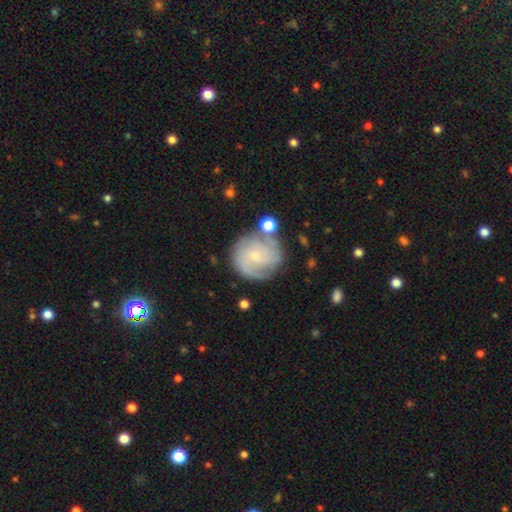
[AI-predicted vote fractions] A featured or disk galaxy (66%) with no bar (64%), 2 (36%) tight (52%) spiral arms (88%) and a small central bulge (75%). Merging: none (69%).